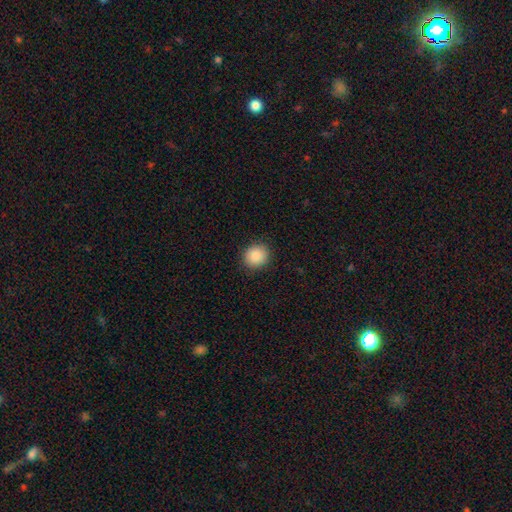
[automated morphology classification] Smooth or featured? Predicted: smooth (p=0.87). How rounded? Predicted: round (p=0.80). Merging? Predicted: none (p=0.89).